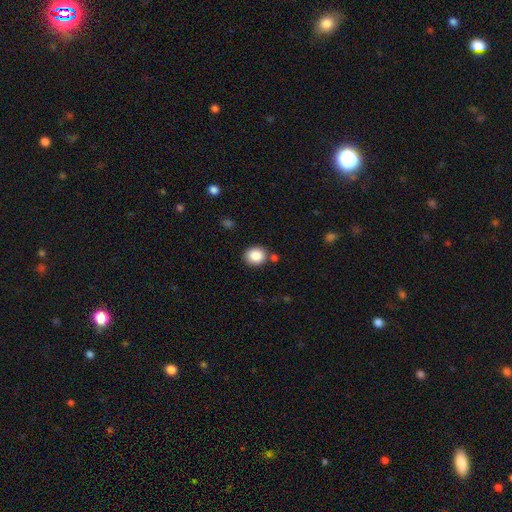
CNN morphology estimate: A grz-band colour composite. It shows a smooth galaxy with no disk features (87%) that is round (73%). Merging: none (80%).